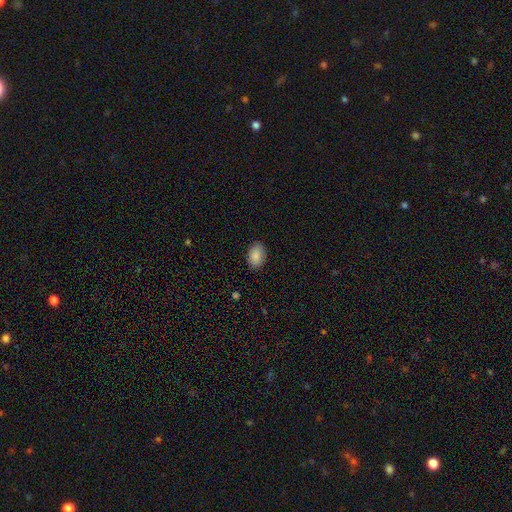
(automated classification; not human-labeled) Overall: smooth (88%). How rounded: in between (86%). Merging: none (87%).